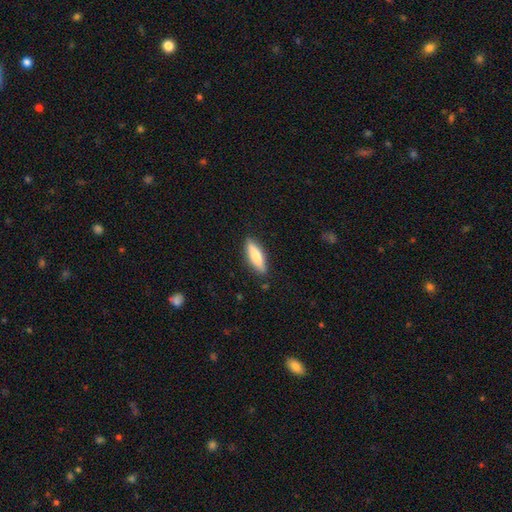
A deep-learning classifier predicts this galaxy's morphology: Smooth or featured: smooth — 67% (featured or disk — 27%)
How rounded: cigar-shaped — 60% (in between — 38%)
Merging: none — 86% (minor disturbance — 10%)